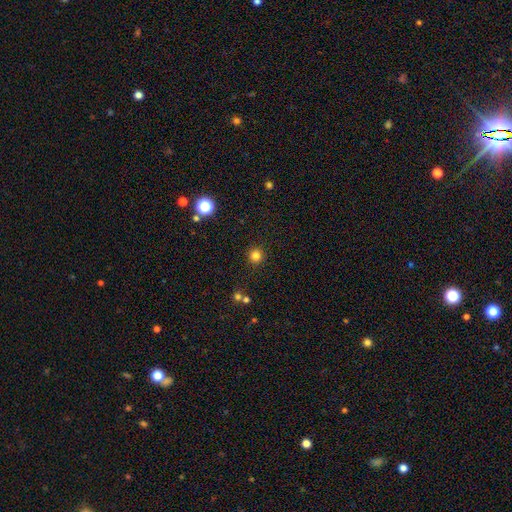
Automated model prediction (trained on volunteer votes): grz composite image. It shows a smooth galaxy with no disk features (81%) that is round (95%). Merging: none (91%).